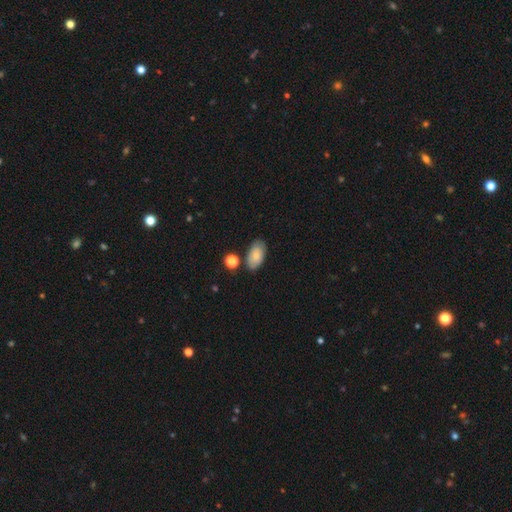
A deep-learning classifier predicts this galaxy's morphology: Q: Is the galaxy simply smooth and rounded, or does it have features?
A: smooth — 79%.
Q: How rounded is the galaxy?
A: in between — 94%.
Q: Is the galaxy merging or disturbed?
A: none — 74%.